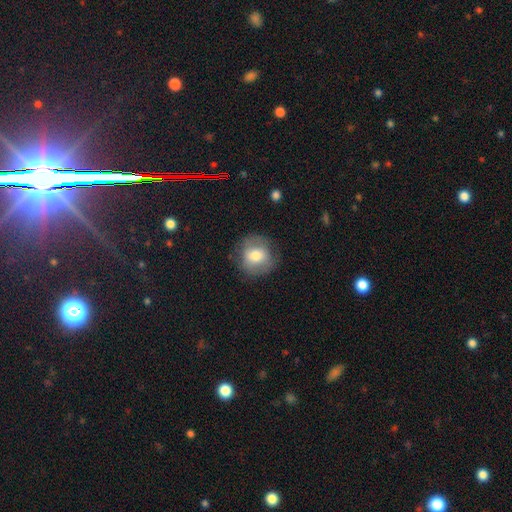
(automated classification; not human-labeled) Smooth or featured?
  - smooth: 66% *
  - featured or disk: 26%
  - star or artifact: 8%
How rounded?
  - round: 86% *
  - in between: 13%
  - cigar-shaped: 1%
Merging?
  - none: 79% *
  - minor disturbance: 14%
  - major disturbance: 5%
  - merger: 1%